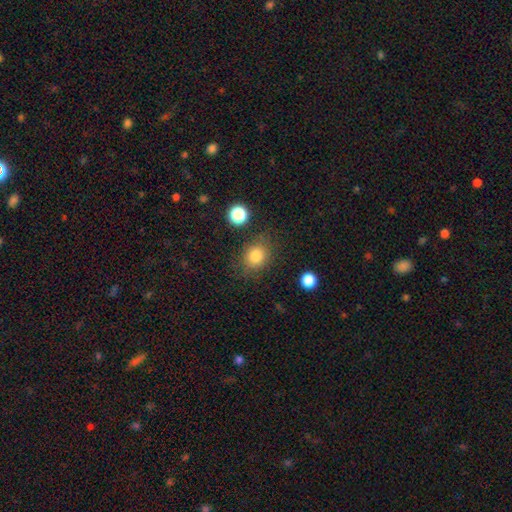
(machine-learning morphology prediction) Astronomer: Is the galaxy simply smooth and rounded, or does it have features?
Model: smooth — 82%.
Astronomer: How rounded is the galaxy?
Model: round — 59% (runner-up: in between, 40%).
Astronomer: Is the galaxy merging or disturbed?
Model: none — 78%.